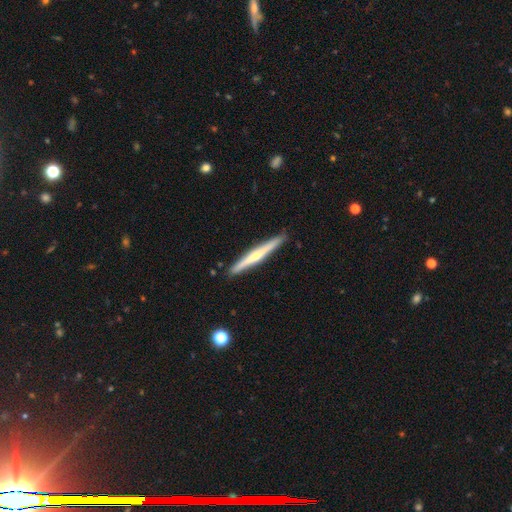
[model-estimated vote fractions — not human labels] A featured or disk galaxy (63%) viewed edge-on (97%) with a rounded central bulge (71%). Merging: none (90%).